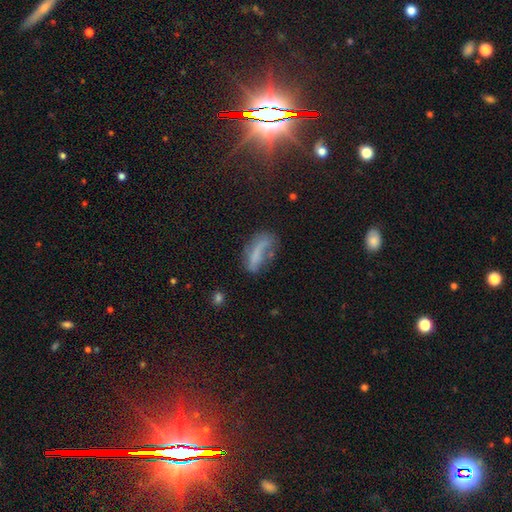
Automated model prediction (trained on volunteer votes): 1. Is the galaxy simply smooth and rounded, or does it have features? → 53% smooth, 29% featured or disk, 18% star or artifact.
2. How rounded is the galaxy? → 65% in between, 31% cigar-shaped, 4% round.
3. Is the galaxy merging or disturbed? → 38% none, 28% minor disturbance, 27% major disturbance, 7% merger.